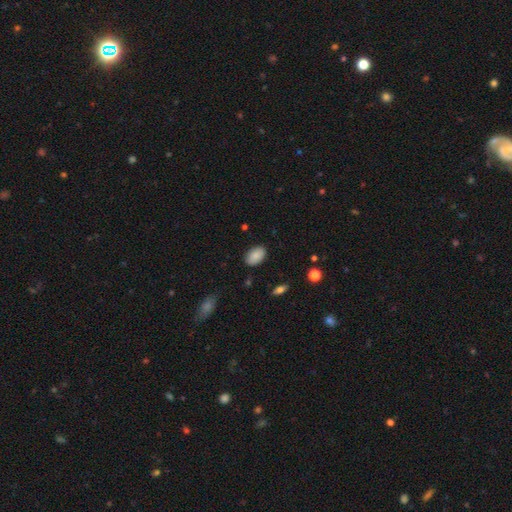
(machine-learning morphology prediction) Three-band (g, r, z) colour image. It shows a smooth galaxy with no disk features (87%) that is in between round and cigar-shaped (92%). Merging: none (86%).